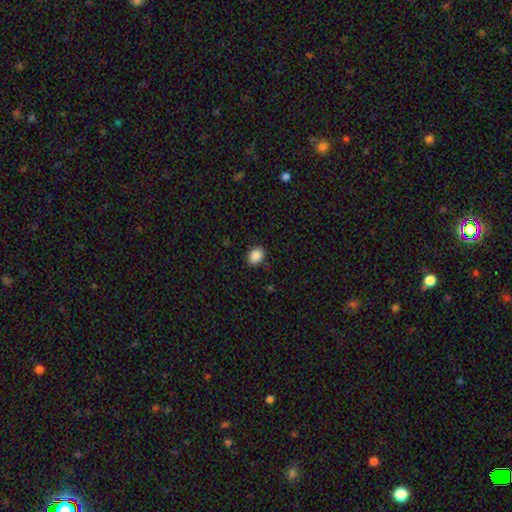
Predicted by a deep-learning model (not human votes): A smooth galaxy with no disk features (88%) that is in between round and cigar-shaped (61%). Merging: none (86%).